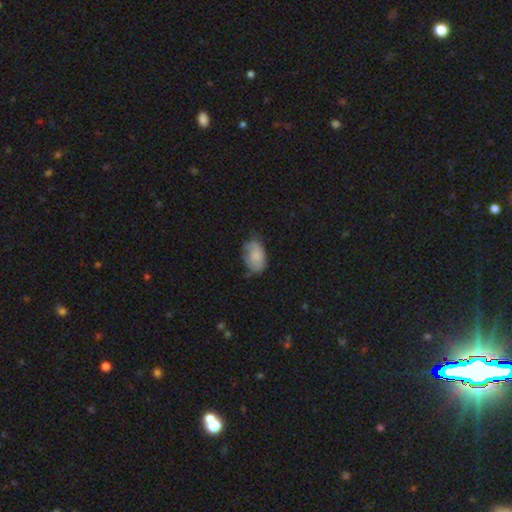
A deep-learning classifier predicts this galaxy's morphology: Smooth or featured?
  - smooth: 80% *
  - featured or disk: 12%
  - star or artifact: 8%
How rounded?
  - in between: 90% *
  - round: 8%
  - cigar-shaped: 1%
Merging?
  - none: 56% *
  - minor disturbance: 33%
  - major disturbance: 9%
  - merger: 2%